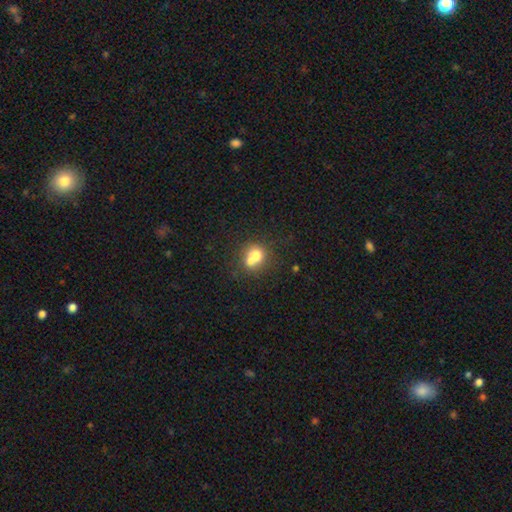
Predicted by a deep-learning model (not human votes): This appears to be a smooth galaxy with no disk features (67%) that is round (79%). Merging: merger (55%).